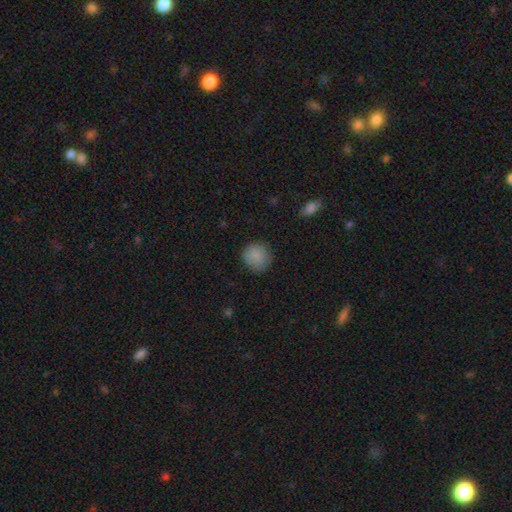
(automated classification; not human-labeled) Overall: smooth (87%). How rounded: round (91%). Merging: none (86%).